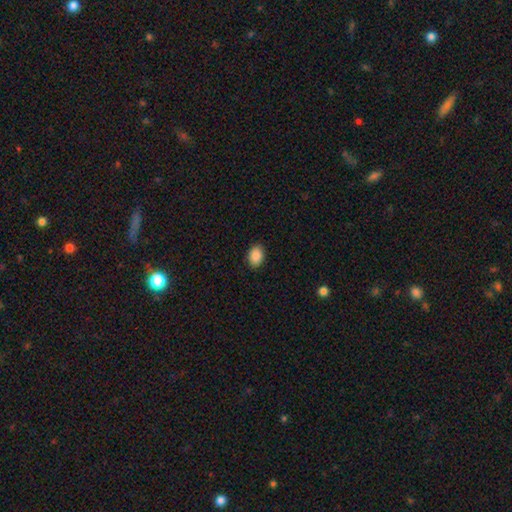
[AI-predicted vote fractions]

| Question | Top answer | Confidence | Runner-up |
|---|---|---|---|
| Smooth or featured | smooth | 89% | star or artifact (8%) |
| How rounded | in between | 79% | round (20%) |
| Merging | none | 89% | minor disturbance (8%) |